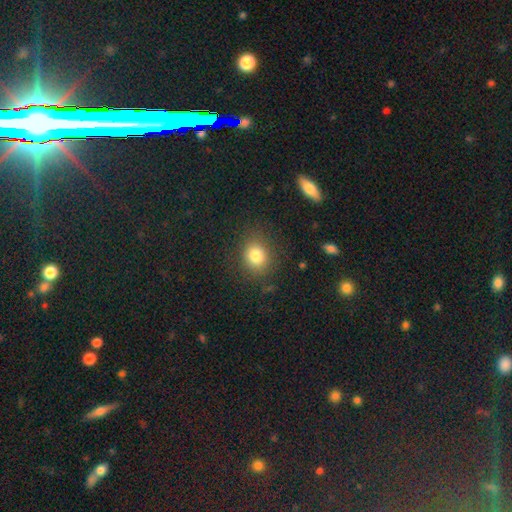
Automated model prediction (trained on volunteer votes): Smooth or featured: smooth — 81% (star or artifact — 12%)
How rounded: round — 72% (in between — 27%)
Merging: none — 85% (minor disturbance — 10%)